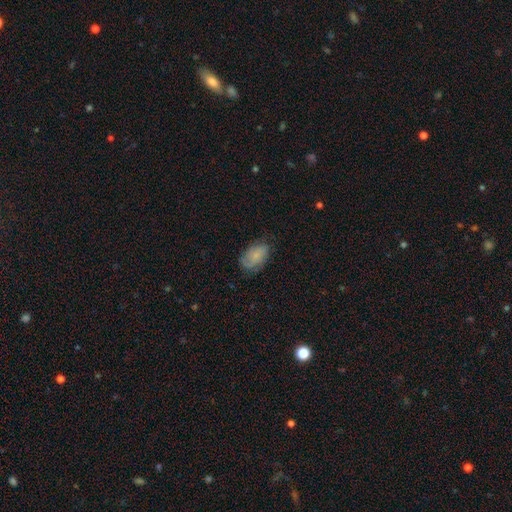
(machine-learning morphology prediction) Smooth or featured? smooth (63%)
How rounded? in between (89%)
Merging? none (65%)